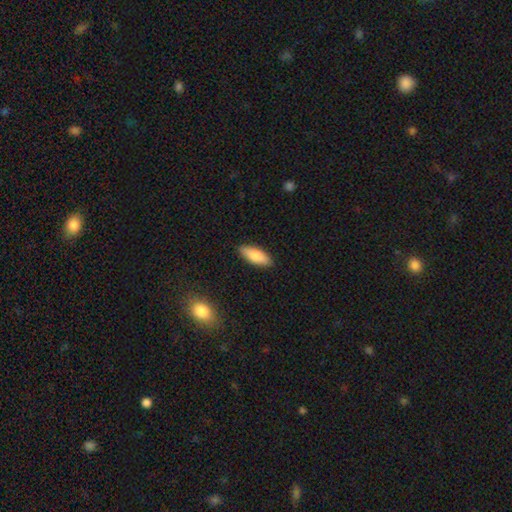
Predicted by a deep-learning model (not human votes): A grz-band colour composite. It shows a smooth galaxy with no disk features (84%) that is in between round and cigar-shaped (75%). Merging: none (89%).